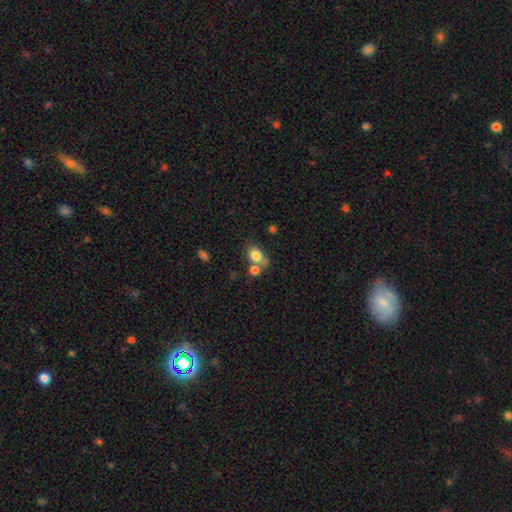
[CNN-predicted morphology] Overall: smooth (80%). How rounded: in between (65%; round 34%). Merging: none (46%; merger 35%).